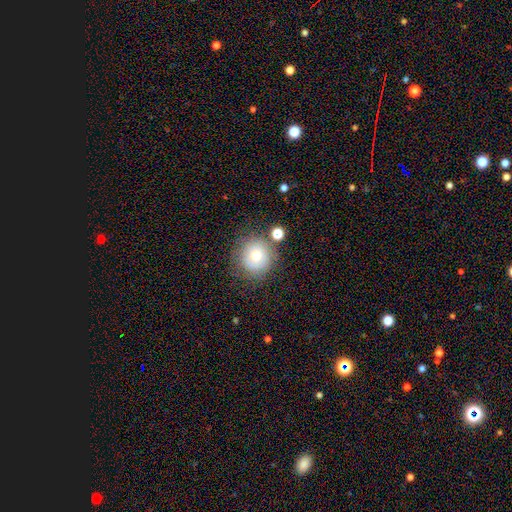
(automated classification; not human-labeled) smooth 69%, featured or disk 18%, star or artifact 13%. Down the decision tree: how rounded — round (93%); merging — none (73%).